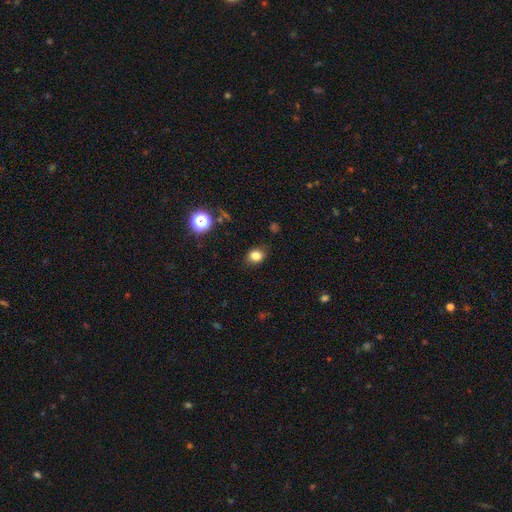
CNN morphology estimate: Smooth or featured?
  - smooth: 81% *
  - star or artifact: 13%
  - featured or disk: 6%
How rounded?
  - round: 50% *
  - in between: 49%
  - cigar-shaped: 1%
Merging?
  - none: 82% *
  - minor disturbance: 13%
  - major disturbance: 3%
  - merger: 1%